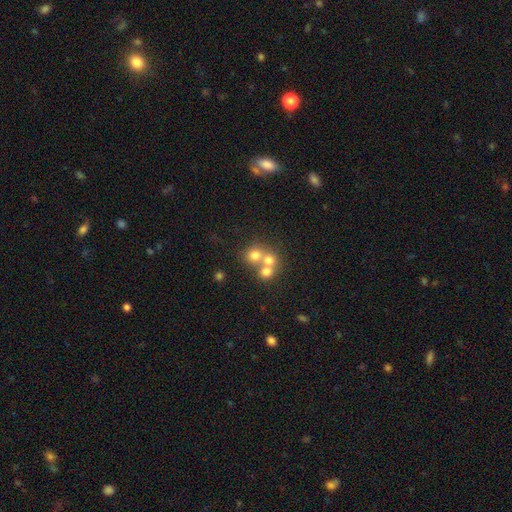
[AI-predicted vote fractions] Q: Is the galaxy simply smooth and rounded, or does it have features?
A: smooth — 63%.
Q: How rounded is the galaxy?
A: round — 83%.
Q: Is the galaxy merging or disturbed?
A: merger — 55%.